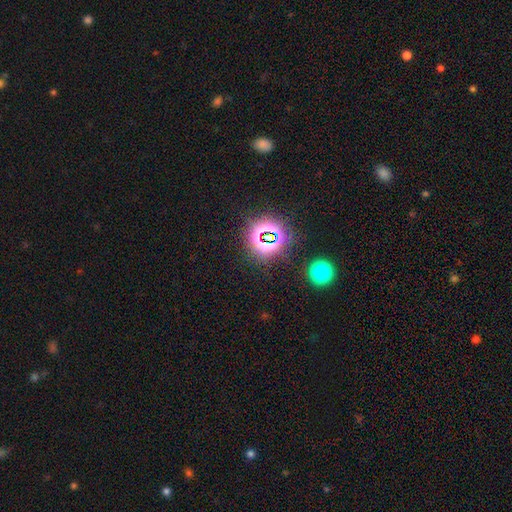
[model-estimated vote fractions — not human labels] Q: Smooth or featured?
A: star or artifact (78%); runner-up: smooth (15%)